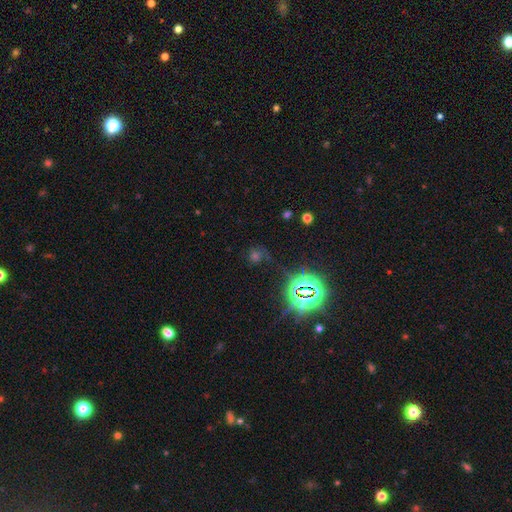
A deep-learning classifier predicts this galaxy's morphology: smooth_or_featured: star or artifact (p=0.65) [alt: smooth p=0.24]